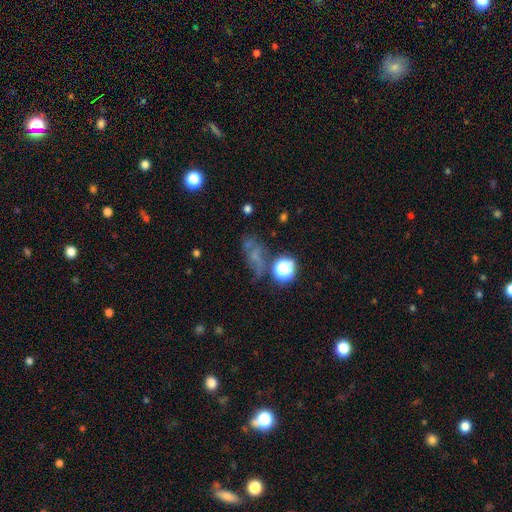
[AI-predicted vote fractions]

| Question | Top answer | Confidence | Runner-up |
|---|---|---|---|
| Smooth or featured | star or artifact | 38% | smooth (36%) |